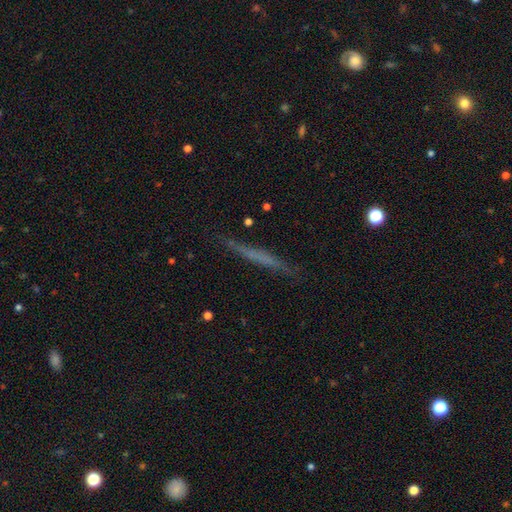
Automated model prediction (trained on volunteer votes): The model was most divided on "smooth or featured": featured or disk: 49%, smooth: 42%, star or artifact: 9%. More confident: merging — none (87%).